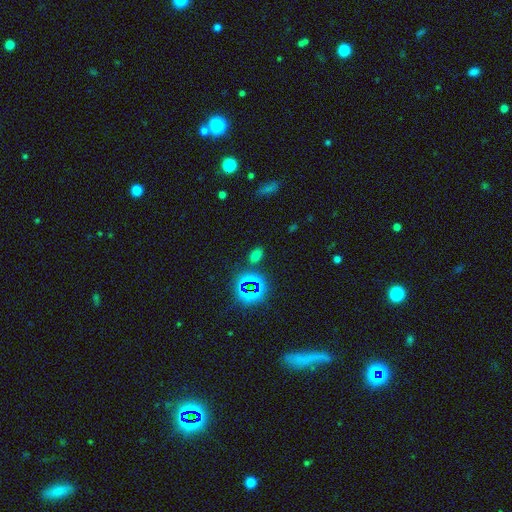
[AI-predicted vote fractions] Smooth or featured?
  - smooth: 56% *
  - star or artifact: 37%
  - featured or disk: 7%
How rounded?
  - in between: 80% *
  - round: 17%
  - cigar-shaped: 3%
Merging?
  - none: 77% *
  - minor disturbance: 10%
  - merger: 7%
  - major disturbance: 5%